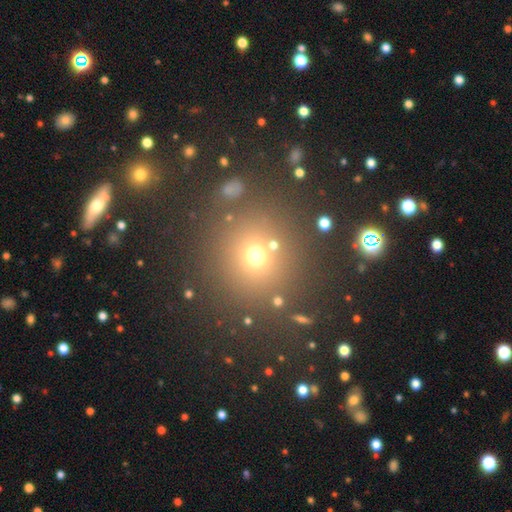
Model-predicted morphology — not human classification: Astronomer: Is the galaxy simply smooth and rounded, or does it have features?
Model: smooth — 66%.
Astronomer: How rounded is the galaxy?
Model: round — 90%.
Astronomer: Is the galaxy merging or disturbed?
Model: none — 80%.